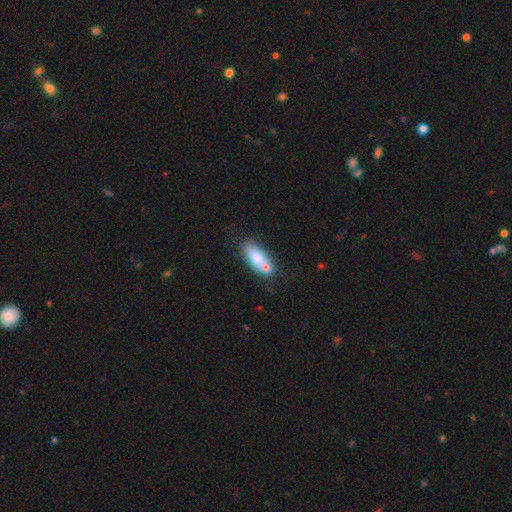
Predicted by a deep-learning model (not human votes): Smooth or featured? smooth (78%)
How rounded? in between (70%)
Merging? none (55%)